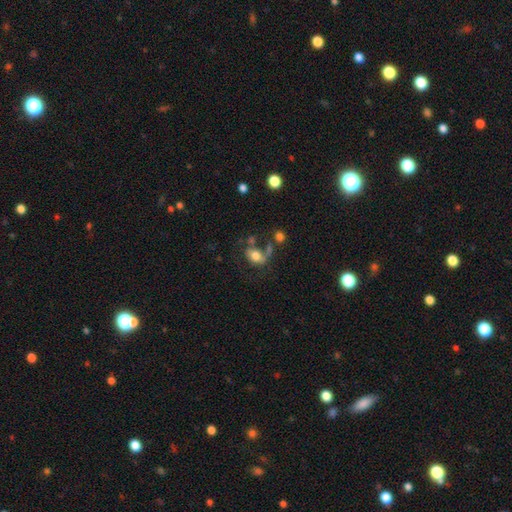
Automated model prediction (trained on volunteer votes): Smooth or featured? Predicted: smooth (p=0.62). How rounded? Predicted: in between (p=0.79). Merging? Predicted: none (p=0.33).